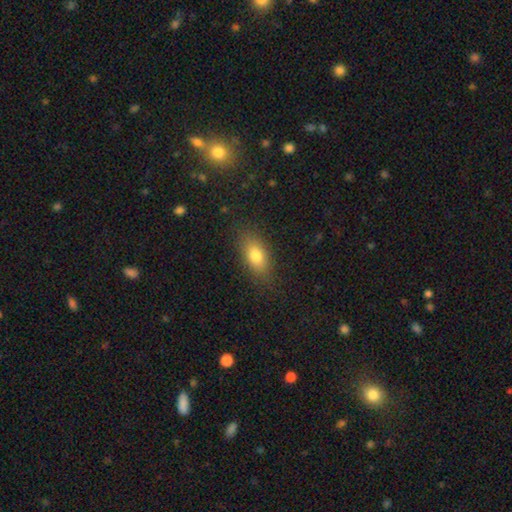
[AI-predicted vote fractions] Smooth or featured?
  - smooth: 78% *
  - featured or disk: 13%
  - star or artifact: 9%
How rounded?
  - in between: 84% *
  - cigar-shaped: 9%
  - round: 8%
Merging?
  - none: 83% *
  - minor disturbance: 12%
  - major disturbance: 4%
  - merger: 1%